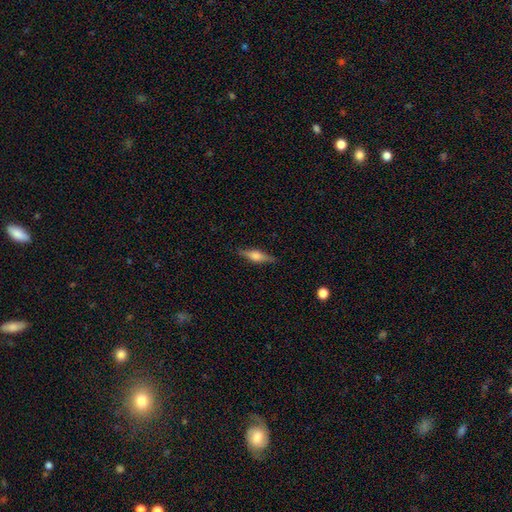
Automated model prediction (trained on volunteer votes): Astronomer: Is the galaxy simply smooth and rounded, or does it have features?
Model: featured or disk — 58% (runner-up: smooth, 35%).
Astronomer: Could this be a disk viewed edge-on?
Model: yes — 96%.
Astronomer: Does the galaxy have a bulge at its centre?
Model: rounded — 87%.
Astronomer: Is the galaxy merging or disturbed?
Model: none — 88%.